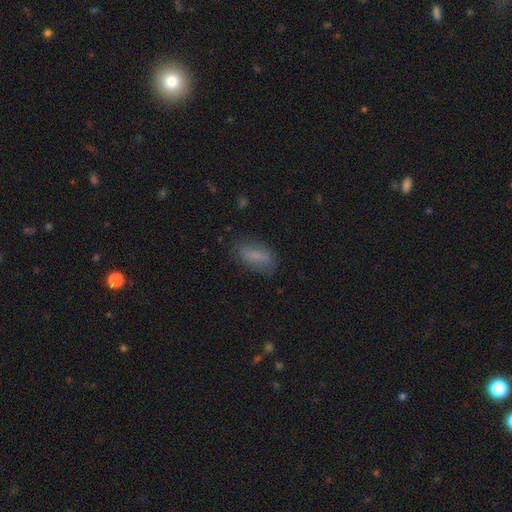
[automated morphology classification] Smooth or featured? smooth (72%)
How rounded? in between (72%)
Merging? none (73%)